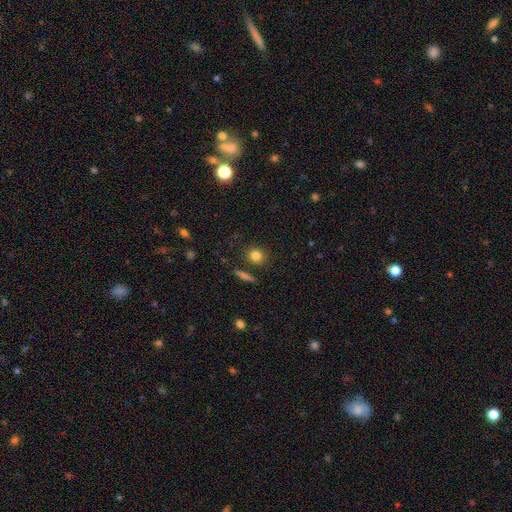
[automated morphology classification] smooth_or_featured: smooth (p=0.82) [alt: star or artifact p=0.11]
how_rounded: round (p=0.83) [alt: in between p=0.15]
merging: none (p=0.85) [alt: minor disturbance p=0.09]